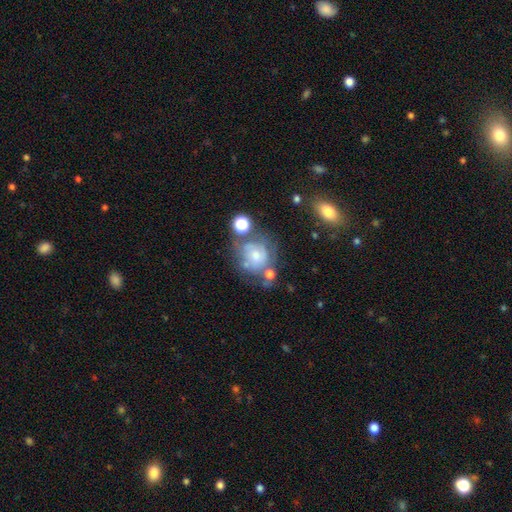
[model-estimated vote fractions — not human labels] featured or disk 50%, smooth 39%, star or artifact 12%. Down the decision tree: merging — none (43%).